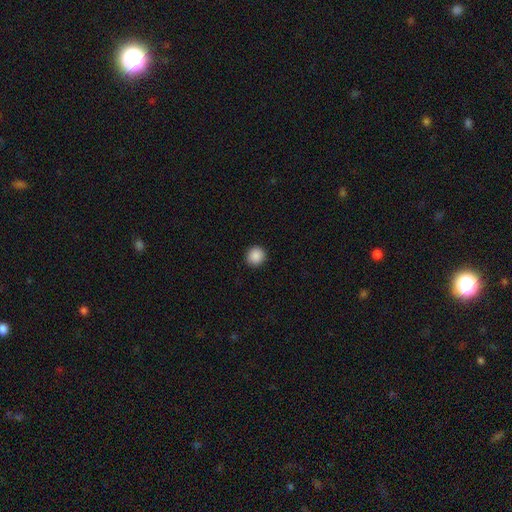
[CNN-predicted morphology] Smooth or featured: smooth — 89% (star or artifact — 9%)
How rounded: round — 91% (in between — 8%)
Merging: none — 92% (minor disturbance — 5%)